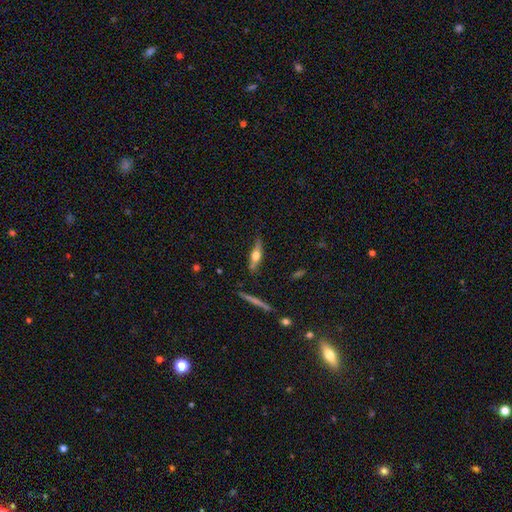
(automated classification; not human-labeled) A featured or disk galaxy (52%) viewed edge-on (91%).

Vote fractions:
- Smooth or featured? featured or disk: 52% / smooth: 41% / star or artifact: 7%
- Edge-on disk? yes: 91% / no: 9%
- Merging? none: 73% / minor disturbance: 18% / major disturbance: 4% / merger: 4%